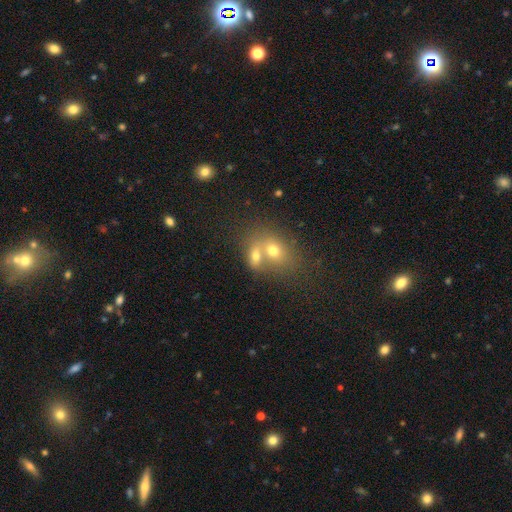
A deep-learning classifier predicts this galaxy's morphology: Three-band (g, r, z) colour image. It shows a smooth galaxy with no disk features (67%) that is in between round and cigar-shaped (62%). Merging: merger (66%).